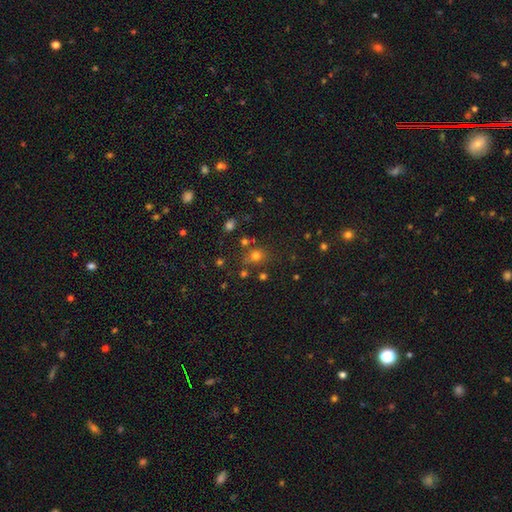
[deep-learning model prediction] This is likely a smooth galaxy (69%). How rounded: likely round (77%). Merging: likely none (70%).